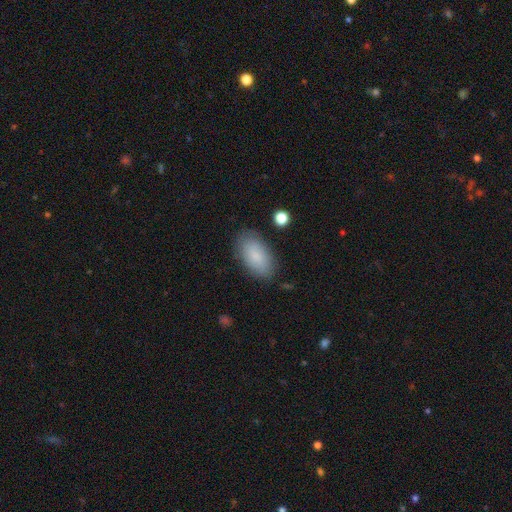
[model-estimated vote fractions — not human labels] Smooth or featured: smooth — 84% (featured or disk — 9%)
How rounded: in between — 94% (round — 3%)
Merging: none — 82% (minor disturbance — 13%)